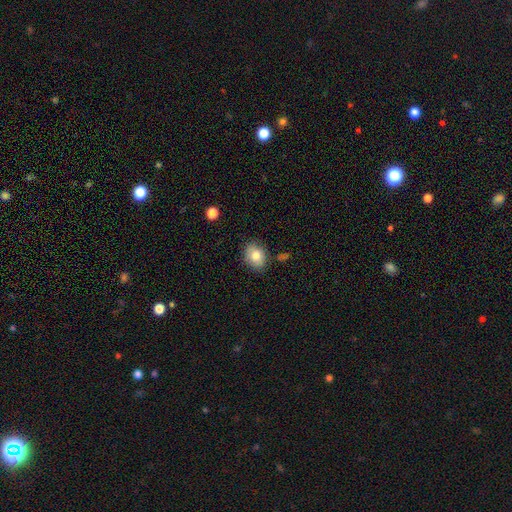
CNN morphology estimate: smooth 79%, featured or disk 12%, star or artifact 8%. Down the decision tree: how rounded — in between (57%); merging — none (80%).